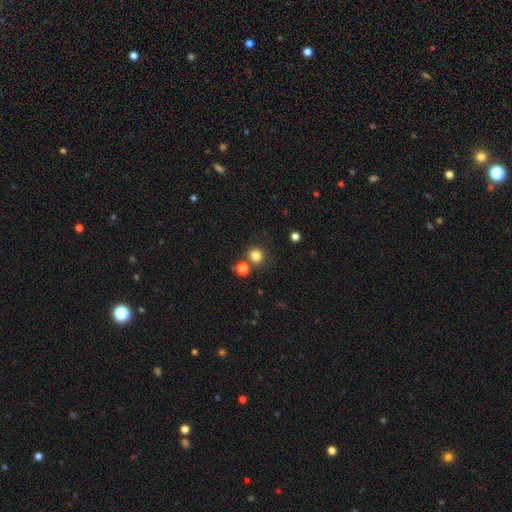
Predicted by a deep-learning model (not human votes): smooth 81%, star or artifact 13%, featured or disk 5%. Down the decision tree: how rounded — round (91%); merging — none (78%).